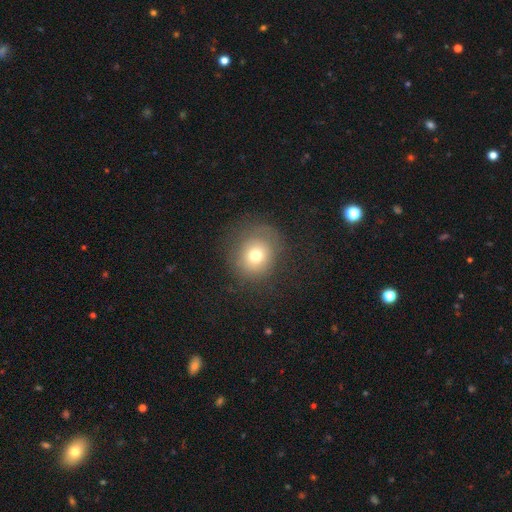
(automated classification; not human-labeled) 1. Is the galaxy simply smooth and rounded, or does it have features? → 70% smooth, 15% featured or disk, 15% star or artifact.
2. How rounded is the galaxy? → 82% round, 17% in between, 1% cigar-shaped.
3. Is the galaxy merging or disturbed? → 76% none, 14% minor disturbance, 9% major disturbance, 1% merger.